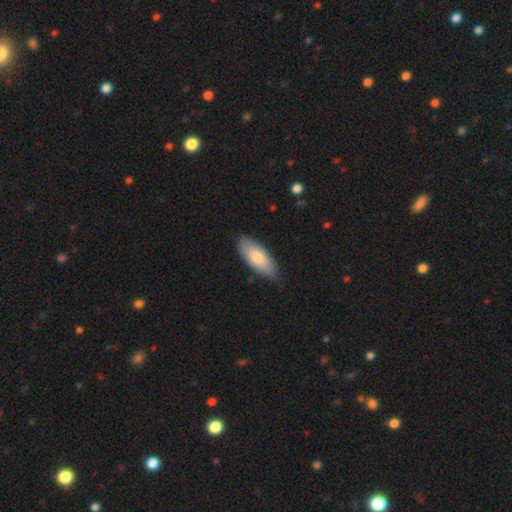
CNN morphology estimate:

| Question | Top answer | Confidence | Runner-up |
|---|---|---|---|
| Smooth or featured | smooth | 75% | featured or disk (19%) |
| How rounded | in between | 82% | cigar-shaped (16%) |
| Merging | none | 83% | minor disturbance (14%) |